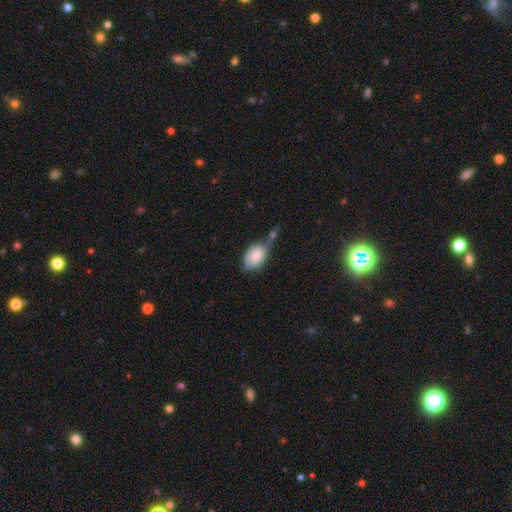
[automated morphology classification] A smooth galaxy with no disk features (79%) that is in between round and cigar-shaped (85%). Merging: merger (32%).